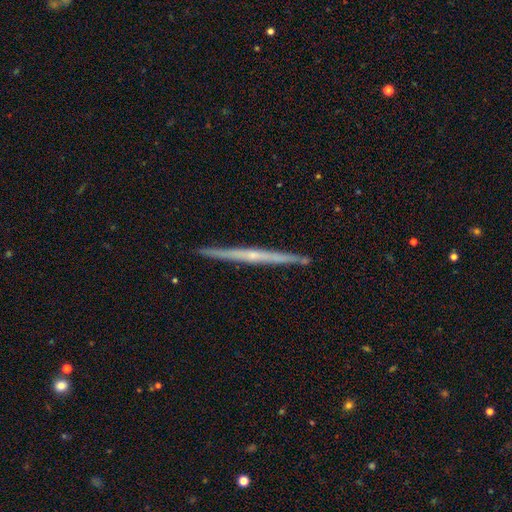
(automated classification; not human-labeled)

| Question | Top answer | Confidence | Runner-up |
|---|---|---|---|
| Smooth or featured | featured or disk | 73% | smooth (21%) |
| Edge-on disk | yes | 98% | no (2%) |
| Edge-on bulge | none | 51% | rounded (43%) |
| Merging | none | 92% | minor disturbance (6%) |